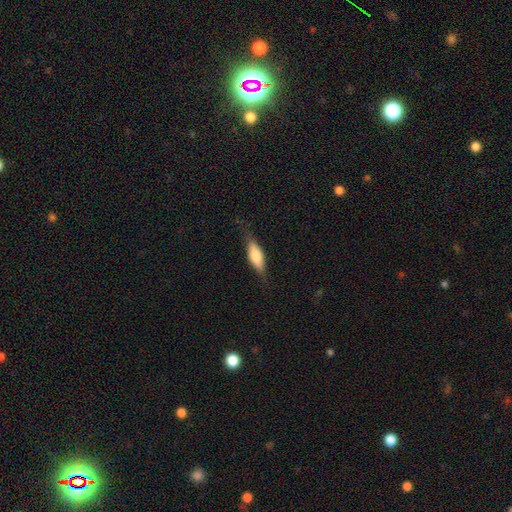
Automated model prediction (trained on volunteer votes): A smooth galaxy with no disk features (65%) that is in between round and cigar-shaped (58%).

Vote fractions:
- Smooth or featured? smooth: 65% / featured or disk: 29% / star or artifact: 6%
- How rounded? in between: 58% / cigar-shaped: 40% / round: 3%
- Merging? none: 76% / minor disturbance: 17% / major disturbance: 5% / merger: 1%